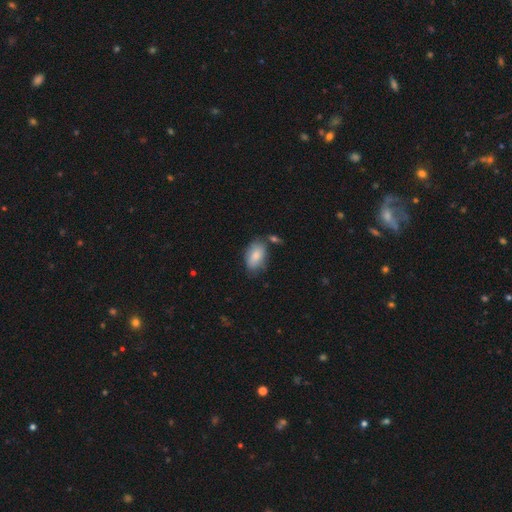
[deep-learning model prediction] A smooth galaxy with no disk features (83%) that is in between round and cigar-shaped (91%).

Vote fractions:
- Smooth or featured? smooth: 83% / featured or disk: 11% / star or artifact: 6%
- How rounded? in between: 91% / round: 7% / cigar-shaped: 2%
- Merging? none: 64% / minor disturbance: 23% / merger: 8% / major disturbance: 6%